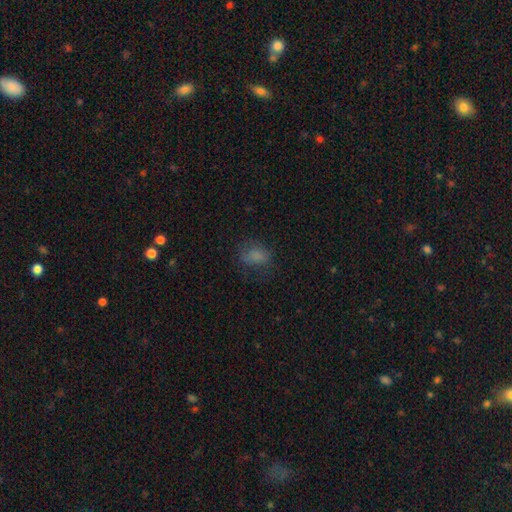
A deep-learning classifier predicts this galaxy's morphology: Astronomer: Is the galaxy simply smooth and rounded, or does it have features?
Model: smooth — 76%.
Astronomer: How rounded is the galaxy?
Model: in between — 74%.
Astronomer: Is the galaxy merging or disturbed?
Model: none — 62%.